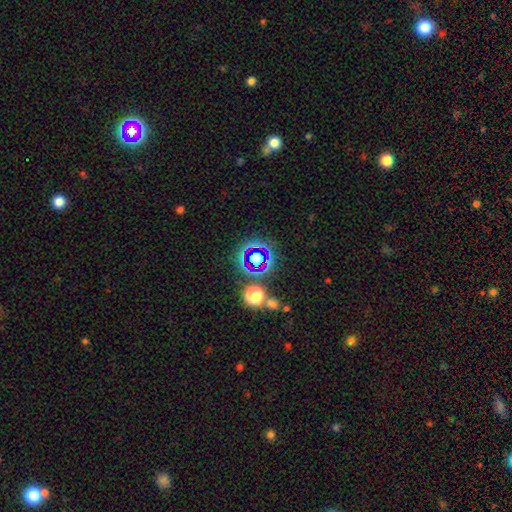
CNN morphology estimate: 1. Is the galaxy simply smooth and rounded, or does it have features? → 60% star or artifact, 28% smooth, 12% featured or disk.